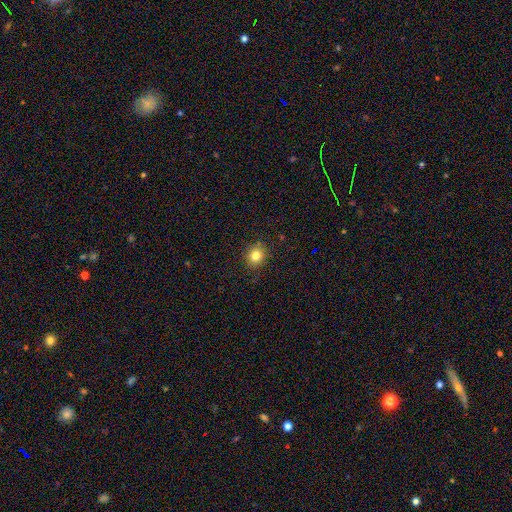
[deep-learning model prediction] This appears to be a smooth galaxy with no disk features (82%) that is round (83%). Merging: none (88%).